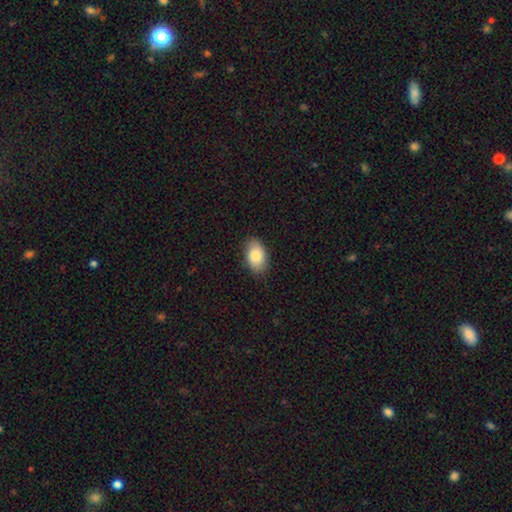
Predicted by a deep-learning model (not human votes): This is clearly a smooth galaxy (84%). How rounded: clearly in between (91%). Merging: clearly none (84%).